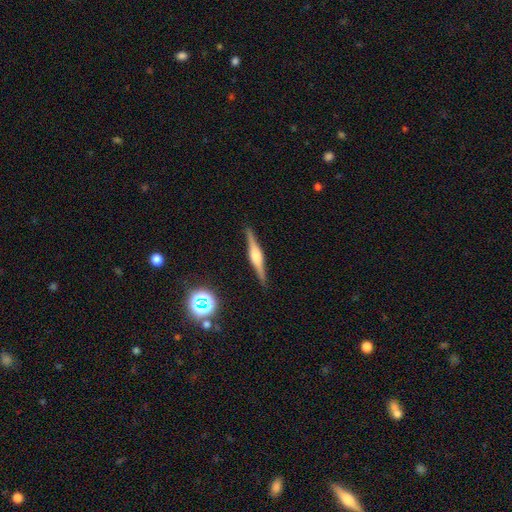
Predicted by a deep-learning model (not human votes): Smooth or featured? featured or disk (78%)
Edge-on disk? yes (98%)
Edge-on bulge? rounded (77%)
Merging? none (90%)